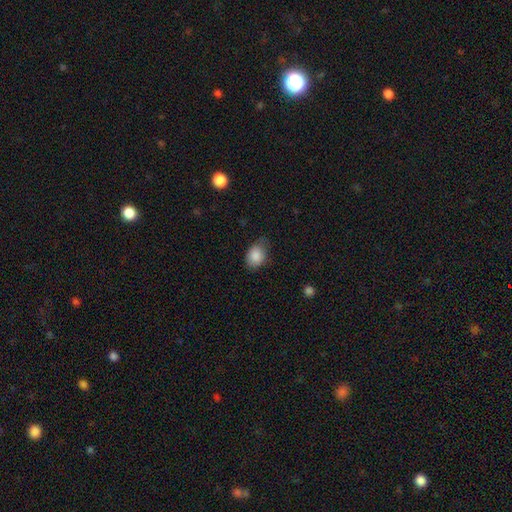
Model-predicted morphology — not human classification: This is clearly a smooth galaxy (87%). How rounded: likely in between (77%). Merging: likely none (66%).